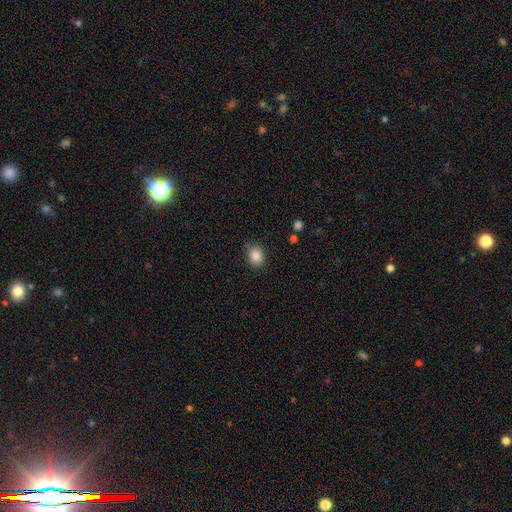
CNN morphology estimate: Smooth or featured: smooth — 86% (star or artifact — 9%)
How rounded: round — 51% (in between — 48%)
Merging: none — 78% (minor disturbance — 16%)